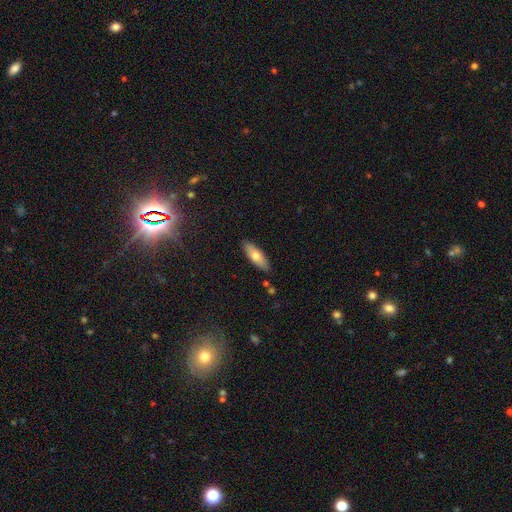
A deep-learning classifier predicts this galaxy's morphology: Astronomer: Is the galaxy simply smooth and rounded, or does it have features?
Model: smooth — 68%.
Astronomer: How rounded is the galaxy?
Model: in between — 62%.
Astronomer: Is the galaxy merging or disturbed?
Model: none — 85%.